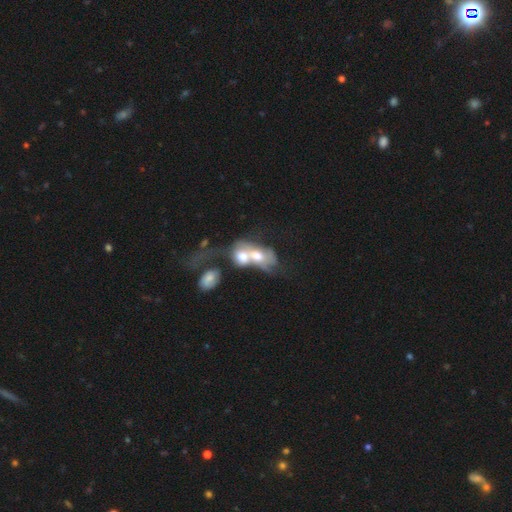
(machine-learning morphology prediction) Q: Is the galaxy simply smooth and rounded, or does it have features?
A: featured or disk — 48%.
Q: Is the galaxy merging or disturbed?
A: merger — 79%.